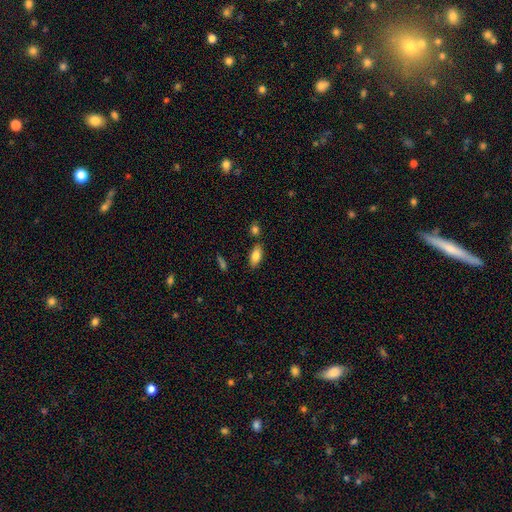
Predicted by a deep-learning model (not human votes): smooth_or_featured: smooth (p=0.81) [alt: featured or disk p=0.12]
how_rounded: in between (p=0.88) [alt: cigar-shaped p=0.10]
merging: none (p=0.79) [alt: minor disturbance p=0.12]